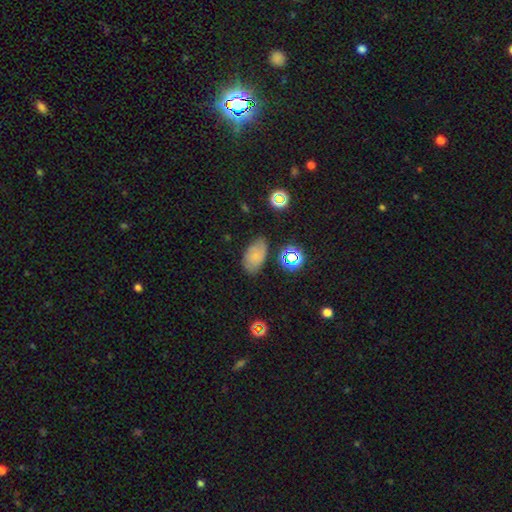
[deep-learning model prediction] Morphology: type=smooth (63%); roundness=in between (90%); merging=none (70%).